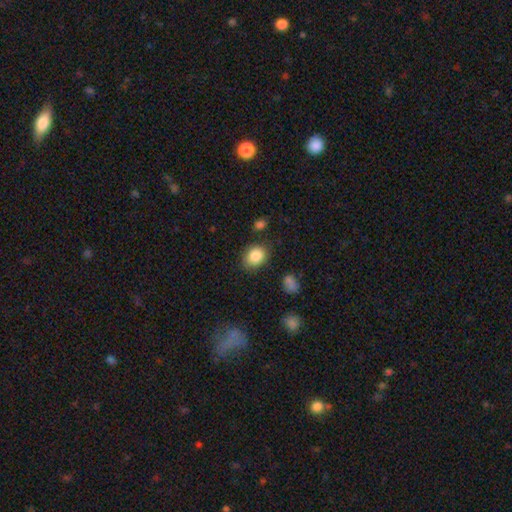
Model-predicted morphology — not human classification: A smooth galaxy with no disk features (86%) that is in between round and cigar-shaped (51%).

Vote fractions:
- Smooth or featured? smooth: 86% / star or artifact: 9% / featured or disk: 5%
- How rounded? in between: 51% / round: 48% / cigar-shaped: 1%
- Merging? none: 79% / minor disturbance: 14% / major disturbance: 4% / merger: 3%